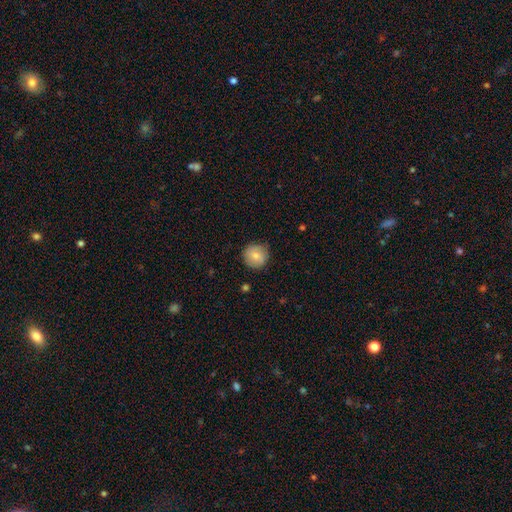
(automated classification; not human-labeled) This appears to be a smooth galaxy with no disk features (80%) that is round (92%). Merging: none (84%).